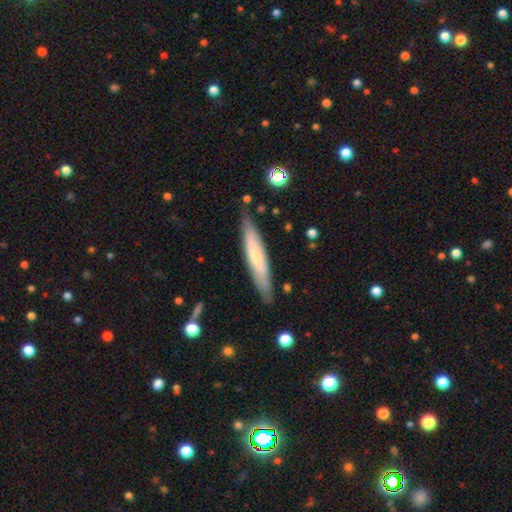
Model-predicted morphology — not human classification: This is possibly a featured or disk galaxy (49%). Merging: clearly none (83%).